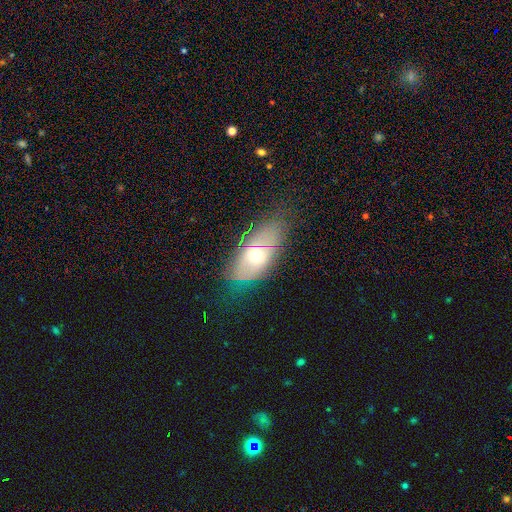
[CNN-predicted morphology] type=smooth (53%); roundness=in between (85%); merging=none (65%).